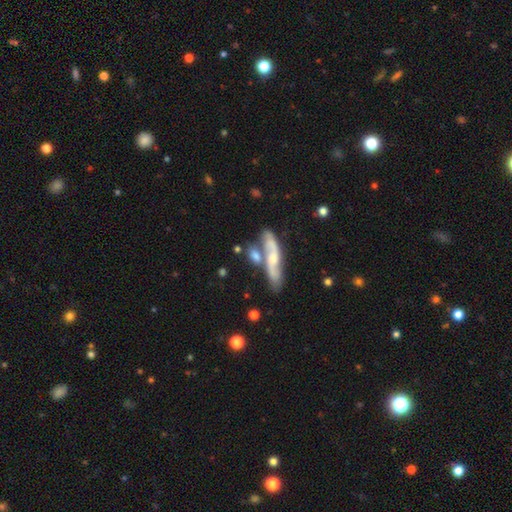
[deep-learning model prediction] smooth_or_featured: smooth (p=0.48) [alt: featured or disk p=0.45]
merging: none (p=0.41) [alt: merger p=0.38]